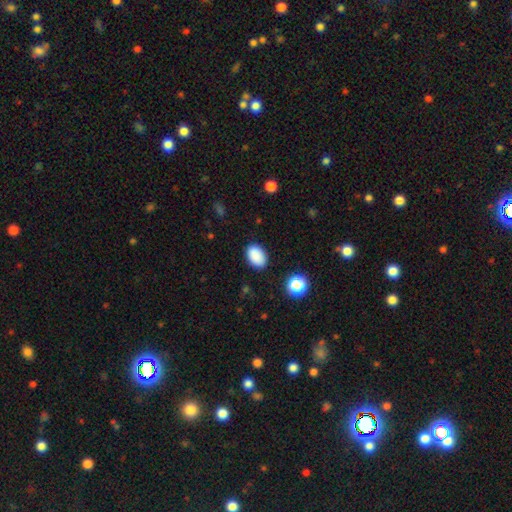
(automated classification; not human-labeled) A smooth galaxy with no disk features (88%) that is in between round and cigar-shaped (86%). Merging: none (87%).